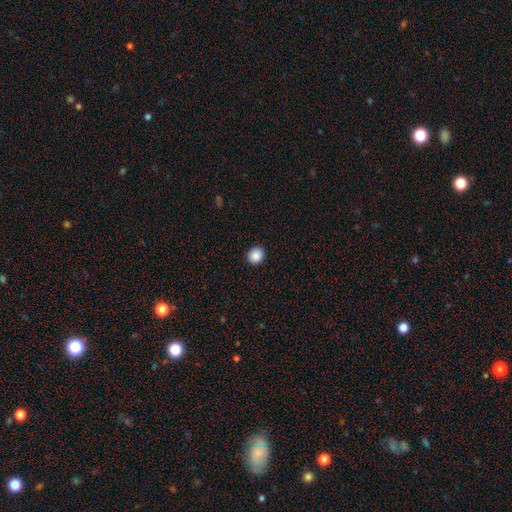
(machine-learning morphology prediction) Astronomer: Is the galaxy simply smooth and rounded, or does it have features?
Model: smooth — 88%.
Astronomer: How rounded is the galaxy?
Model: round — 83%.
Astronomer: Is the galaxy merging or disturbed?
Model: none — 92%.